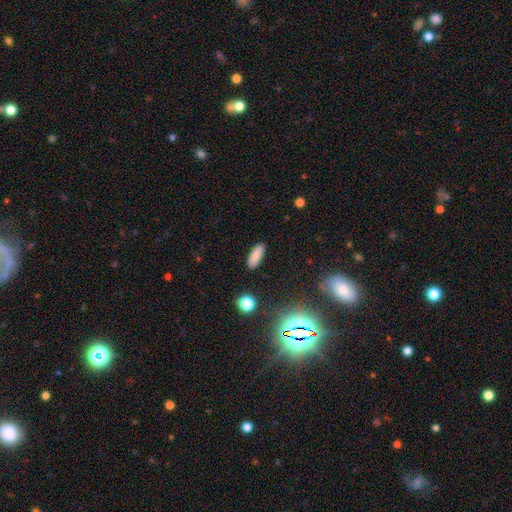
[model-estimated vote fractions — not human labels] Overall: smooth (85%). How rounded: in between (66%; cigar-shaped 32%). Merging: none (89%).